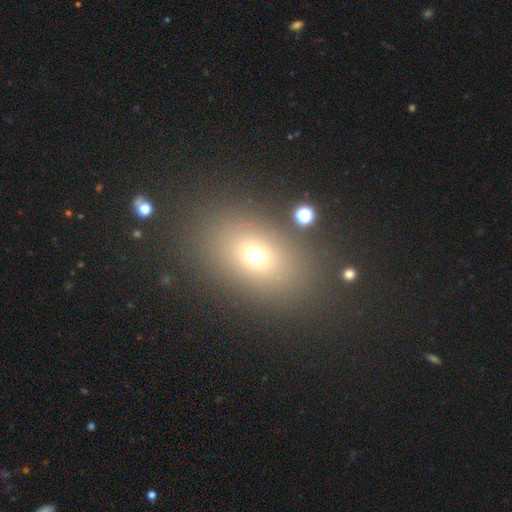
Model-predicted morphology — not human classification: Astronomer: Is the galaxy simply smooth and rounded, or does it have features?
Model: smooth — 67%.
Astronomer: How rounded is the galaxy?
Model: in between — 68%.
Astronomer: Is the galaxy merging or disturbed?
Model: none — 83%.